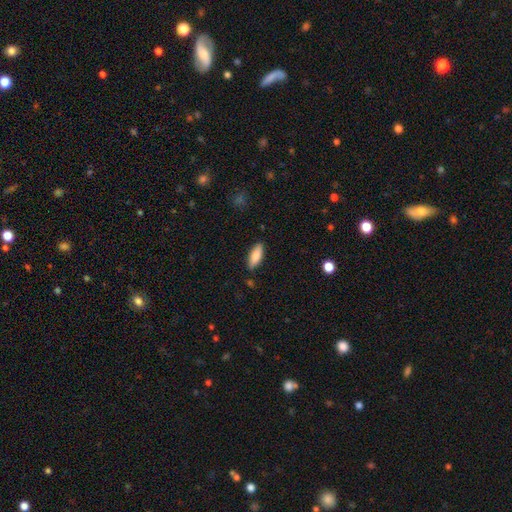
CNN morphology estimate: Smooth or featured?
  - smooth: 80% *
  - featured or disk: 14%
  - star or artifact: 6%
How rounded?
  - in between: 69% *
  - cigar-shaped: 29%
  - round: 2%
Merging?
  - none: 86% *
  - minor disturbance: 10%
  - major disturbance: 2%
  - merger: 2%